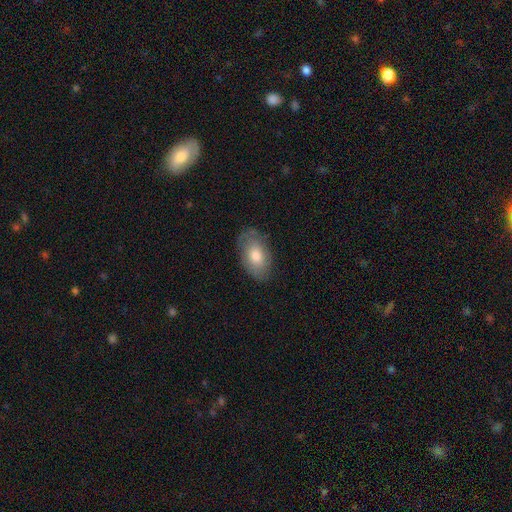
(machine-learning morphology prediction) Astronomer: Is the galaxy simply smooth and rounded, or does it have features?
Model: smooth — 67%.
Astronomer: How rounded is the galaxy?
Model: in between — 92%.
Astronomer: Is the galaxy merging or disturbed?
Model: none — 79%.